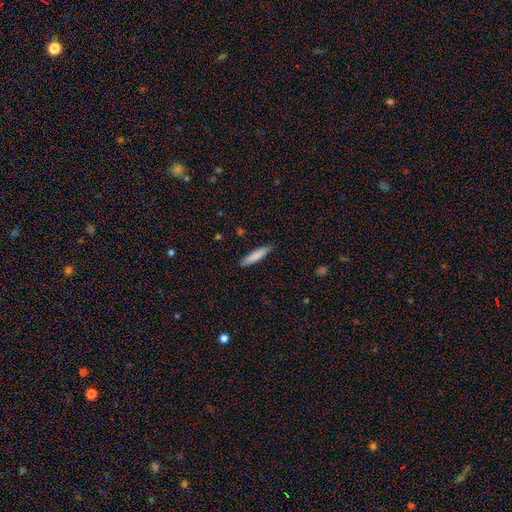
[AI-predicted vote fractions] The model was most divided on "how rounded": cigar-shaped: 83%, in between: 15%, round: 1%. More confident: merging — none (86%); smooth or featured — smooth (82%).